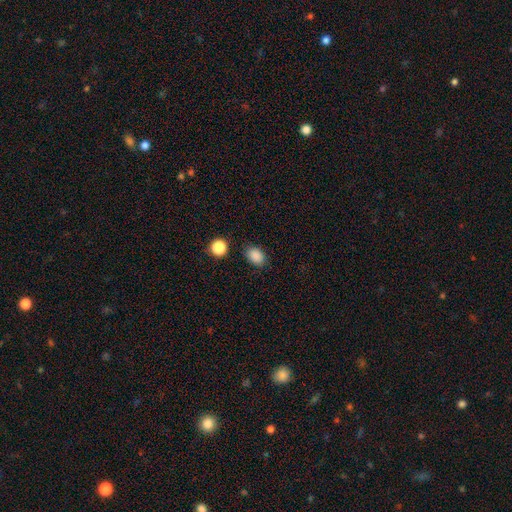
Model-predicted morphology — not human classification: Smooth or featured? Predicted: smooth (p=0.87). How rounded? Predicted: in between (p=0.73). Merging? Predicted: none (p=0.84).